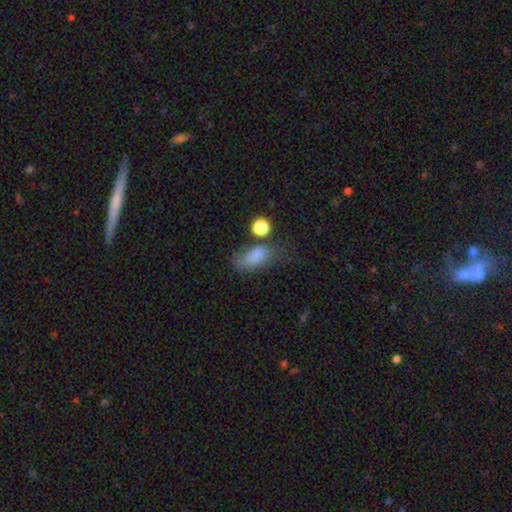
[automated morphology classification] Overall: smooth (79%). How rounded: in between (86%). Merging: none (47%; minor disturbance 26%).